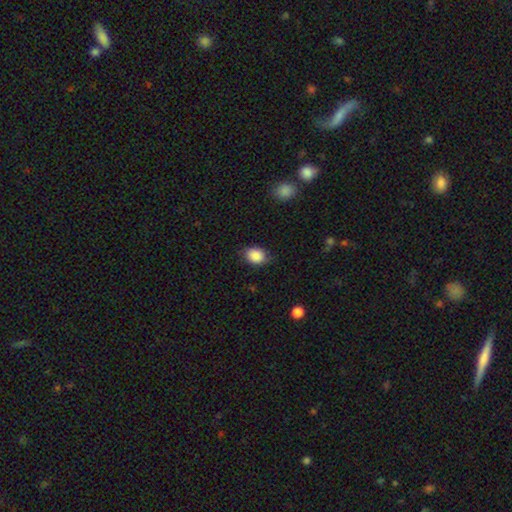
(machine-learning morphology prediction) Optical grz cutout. It shows a smooth galaxy with no disk features (87%) that is in between round and cigar-shaped (59%). Merging: none (73%).